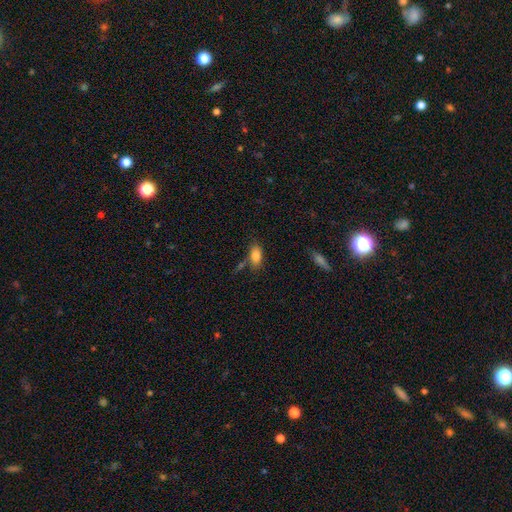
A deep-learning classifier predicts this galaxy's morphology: Smooth or featured? Predicted: smooth (p=0.84). How rounded? Predicted: in between (p=0.89). Merging? Predicted: none (p=0.64).